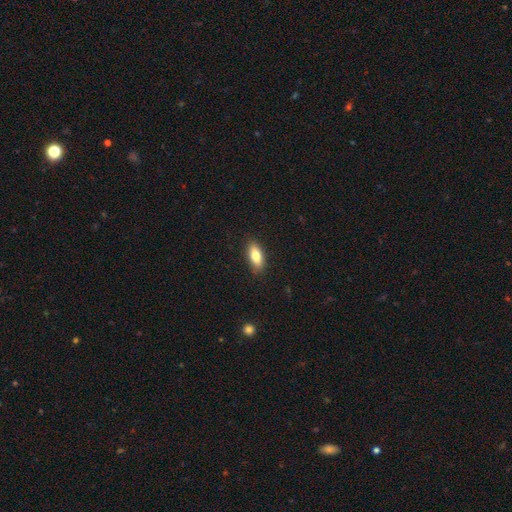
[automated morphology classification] The model was most divided on "how rounded": in between: 82%, cigar-shaped: 15%, round: 3%. More confident: merging — none (88%); smooth or featured — smooth (81%).